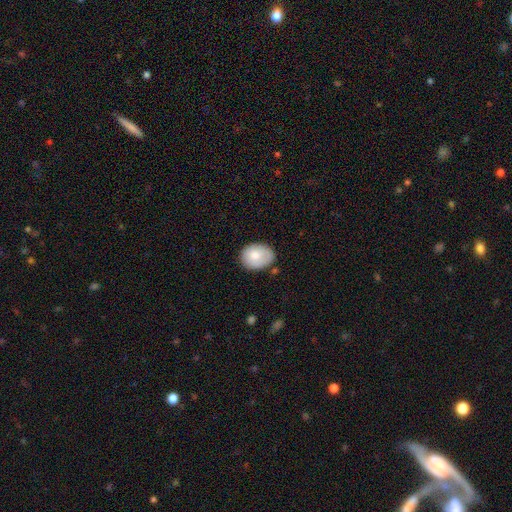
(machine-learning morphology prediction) This is likely a smooth galaxy (76%). How rounded: likely in between (67%). Merging: likely none (71%).